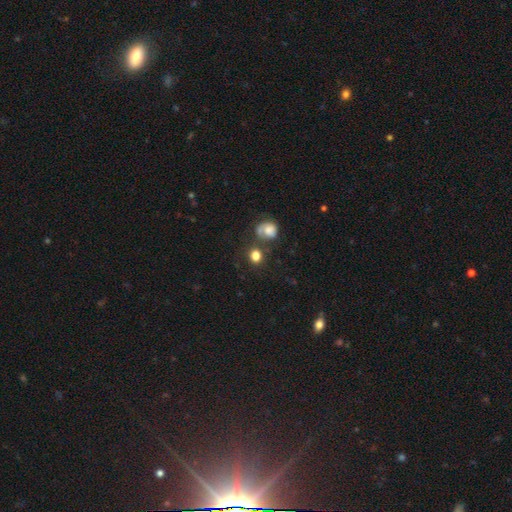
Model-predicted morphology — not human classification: This appears to be a smooth galaxy with no disk features (80%) that is round (78%). Merging: none (65%).